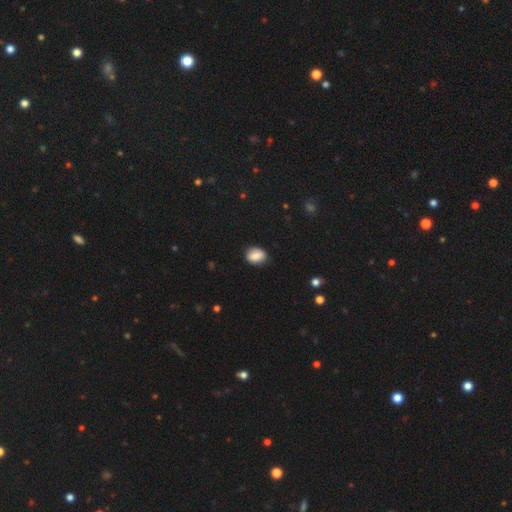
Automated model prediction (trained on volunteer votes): smooth 84%, featured or disk 8%, star or artifact 8%. Down the decision tree: how rounded — in between (66%); merging — none (82%).